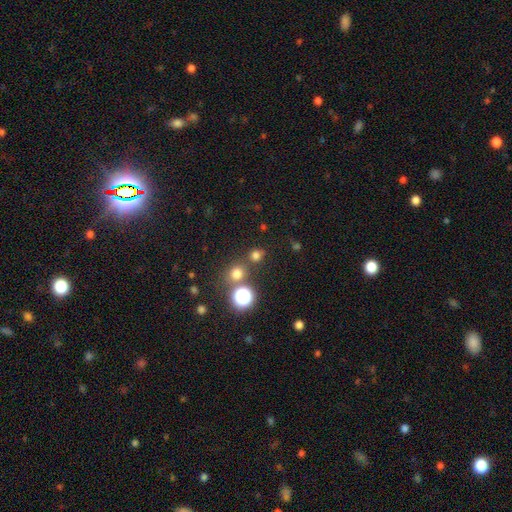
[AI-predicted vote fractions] Smooth or featured? Predicted: smooth (p=0.64). How rounded? Predicted: round (p=0.83). Merging? Predicted: none (p=0.74).